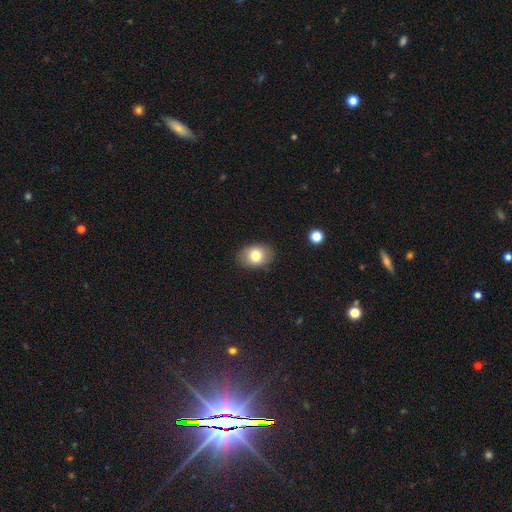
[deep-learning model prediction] This is likely a smooth galaxy (79%). How rounded: likely in between (73%). Merging: clearly none (86%).